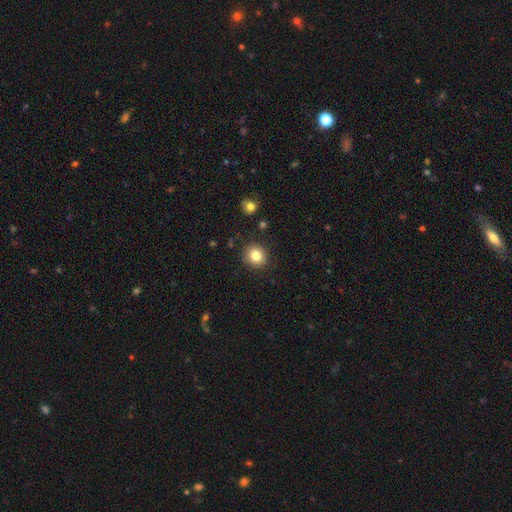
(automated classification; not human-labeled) smooth-or-featured: smooth: 83% | star or artifact: 11% | featured or disk: 7%
  how-rounded: round: 86% | in between: 13% | cigar-shaped: 1%
  merging: none: 88% | minor disturbance: 8% | major disturbance: 2% | merger: 2%